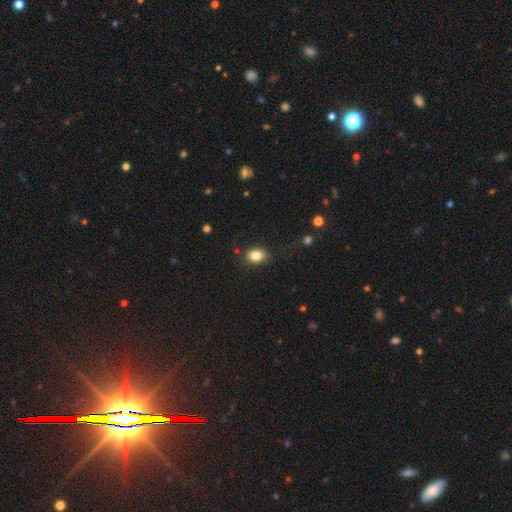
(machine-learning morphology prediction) smooth-or-featured: smooth: 83% | star or artifact: 9% | featured or disk: 8%
  how-rounded: in between: 70% | round: 29% | cigar-shaped: 1%
  merging: none: 82% | minor disturbance: 13% | major disturbance: 4% | merger: 2%